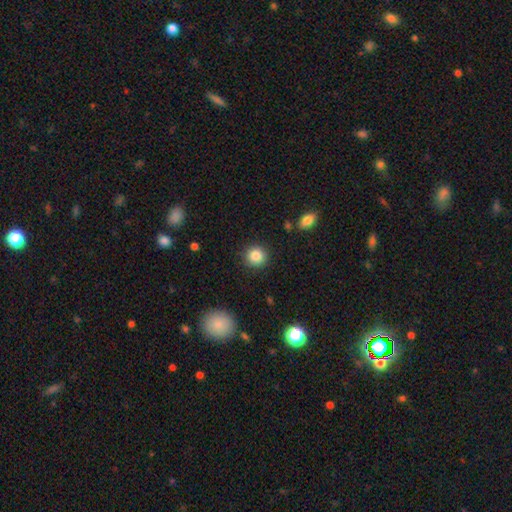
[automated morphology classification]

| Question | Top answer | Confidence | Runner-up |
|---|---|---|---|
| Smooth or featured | smooth | 86% | star or artifact (9%) |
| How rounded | round | 91% | in between (8%) |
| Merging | none | 90% | minor disturbance (7%) |